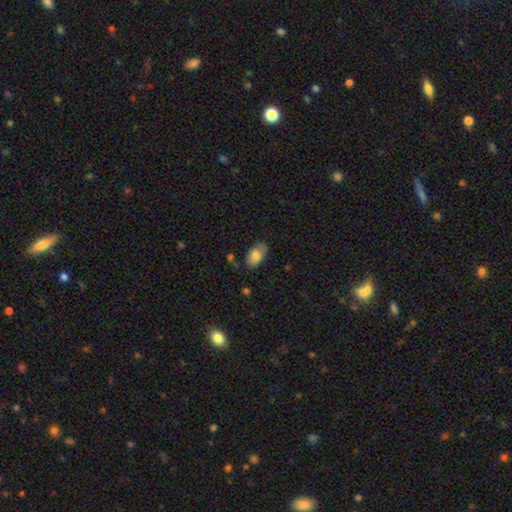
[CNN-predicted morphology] smooth 78%, featured or disk 15%, star or artifact 7%. Down the decision tree: how rounded — in between (94%); merging — none (78%).